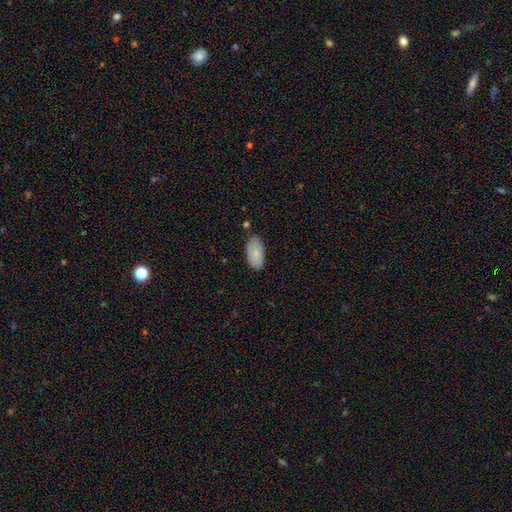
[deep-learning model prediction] The model was most divided on "merging": none: 76%, minor disturbance: 18%, major disturbance: 3%, merger: 3%. More confident: how rounded — in between (94%); smooth or featured — smooth (77%).